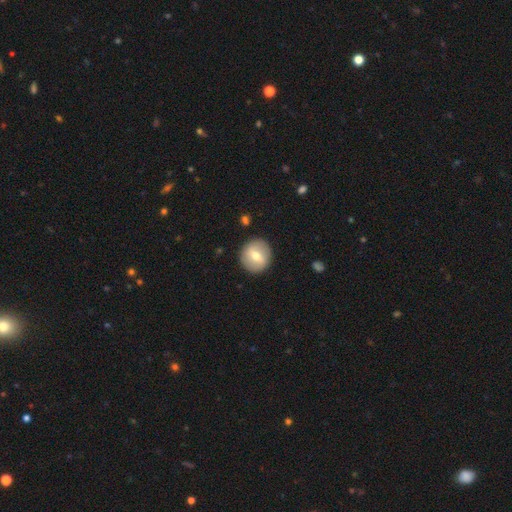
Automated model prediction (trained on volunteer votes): Smooth or featured? Predicted: smooth (p=0.59). How rounded? Predicted: round (p=0.92). Merging? Predicted: none (p=0.90).